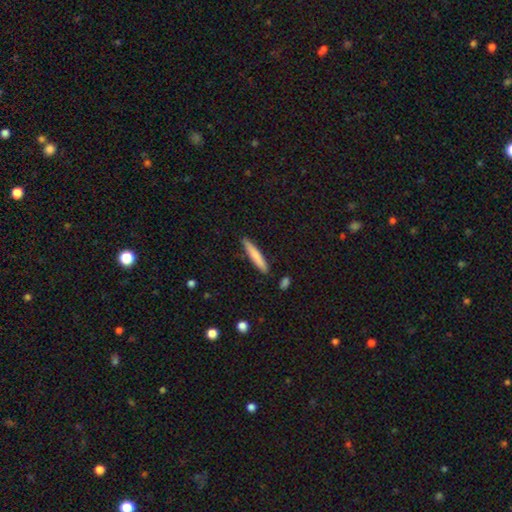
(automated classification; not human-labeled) Overall: smooth (75%). How rounded: cigar-shaped (92%). Merging: none (87%).